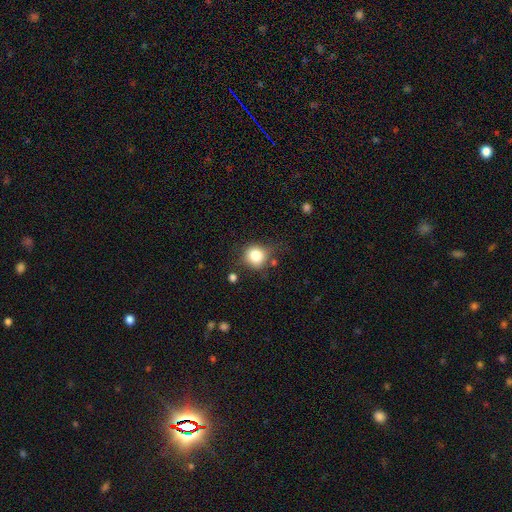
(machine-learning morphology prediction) A smooth galaxy with no disk features (81%) that is round (86%).

Vote fractions:
- Smooth or featured? smooth: 81% / star or artifact: 11% / featured or disk: 8%
- How rounded? round: 86% / in between: 13% / cigar-shaped: 1%
- Merging? none: 67% / minor disturbance: 21% / major disturbance: 7% / merger: 5%